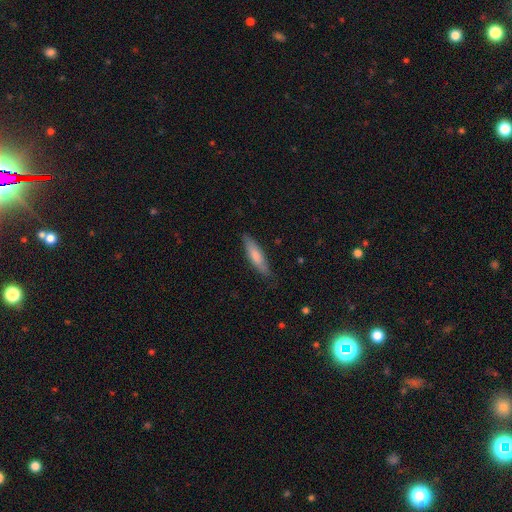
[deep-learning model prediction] Smooth or featured? Predicted: smooth (p=0.73). How rounded? Predicted: cigar-shaped (p=0.69). Merging? Predicted: none (p=0.81).